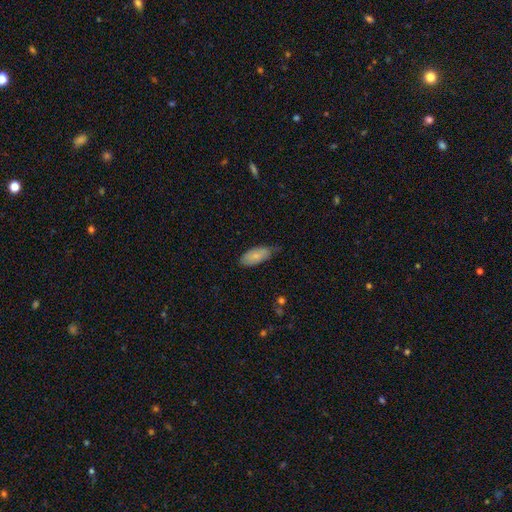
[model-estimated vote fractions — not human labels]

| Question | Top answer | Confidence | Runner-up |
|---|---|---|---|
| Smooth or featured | smooth | 80% | featured or disk (14%) |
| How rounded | in between | 89% | cigar-shaped (9%) |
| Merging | none | 57% | minor disturbance (36%) |